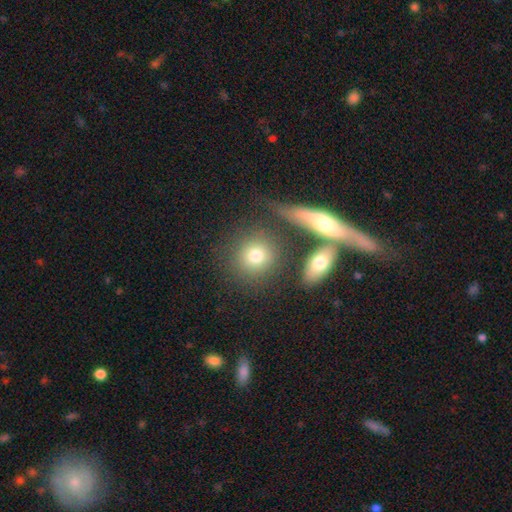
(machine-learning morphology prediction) type=smooth (76%); roundness=round (81%); merging=none (72%).